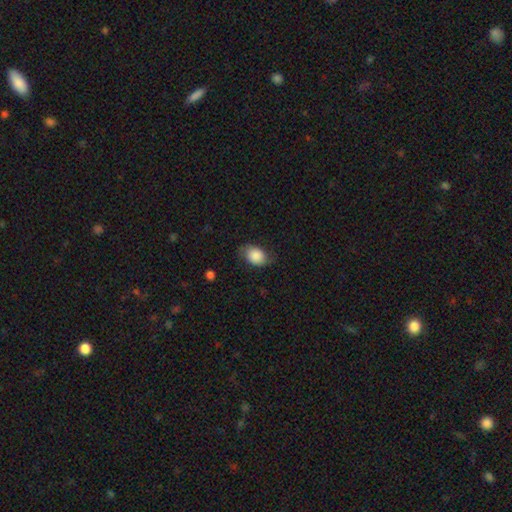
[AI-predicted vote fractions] A smooth galaxy with no disk features (80%) that is in between round and cigar-shaped (76%).

Vote fractions:
- Smooth or featured? smooth: 80% / featured or disk: 13% / star or artifact: 8%
- How rounded? in between: 76% / round: 23% / cigar-shaped: 1%
- Merging? none: 67% / minor disturbance: 24% / major disturbance: 8% / merger: 1%